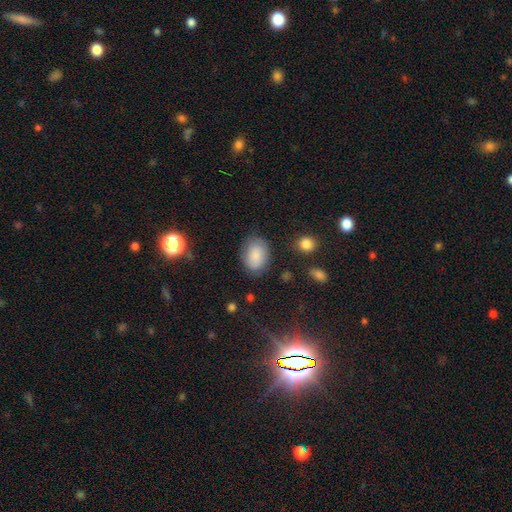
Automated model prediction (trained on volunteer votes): Smooth or featured? smooth (84%)
How rounded? in between (82%)
Merging? none (75%)